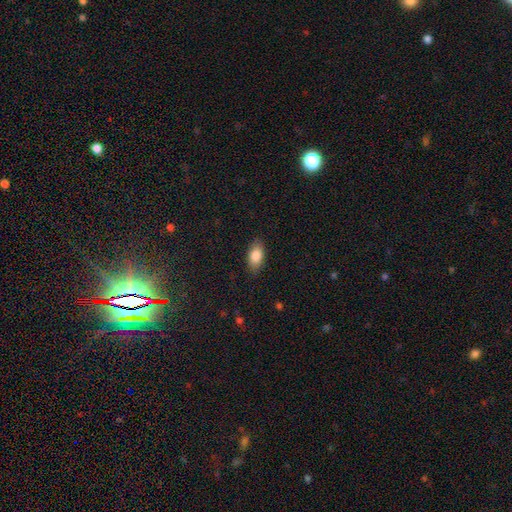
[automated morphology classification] A smooth galaxy with no disk features (85%) that is in between round and cigar-shaped (91%).

Vote fractions:
- Smooth or featured? smooth: 85% / featured or disk: 8% / star or artifact: 7%
- How rounded? in between: 91% / round: 5% / cigar-shaped: 4%
- Merging? none: 85% / minor disturbance: 11% / major disturbance: 3% / merger: 1%